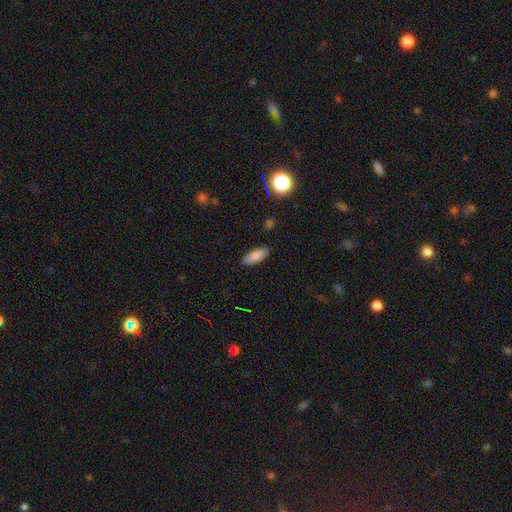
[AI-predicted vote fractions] Morphology: type=smooth (83%); roundness=in between (76%); merging=none (87%).